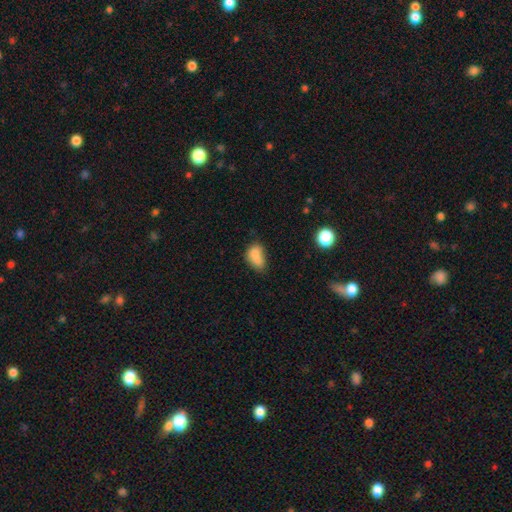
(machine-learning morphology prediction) smooth-or-featured: smooth: 78% | featured or disk: 12% | star or artifact: 11%
  how-rounded: in between: 82% | round: 15% | cigar-shaped: 2%
  merging: none: 37% | merger: 29% | minor disturbance: 24% | major disturbance: 11%